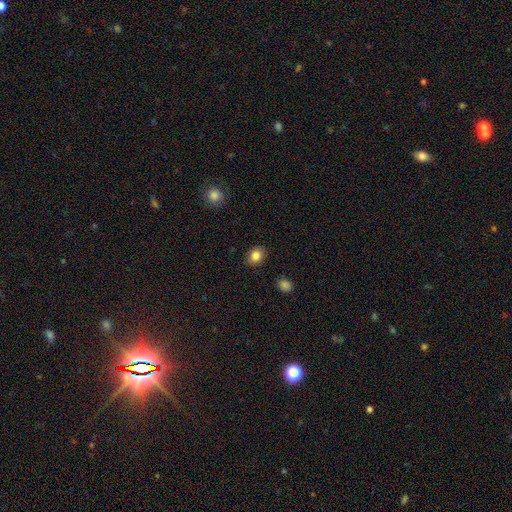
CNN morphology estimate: type=smooth (83%); roundness=round (50%); merging=none (88%).